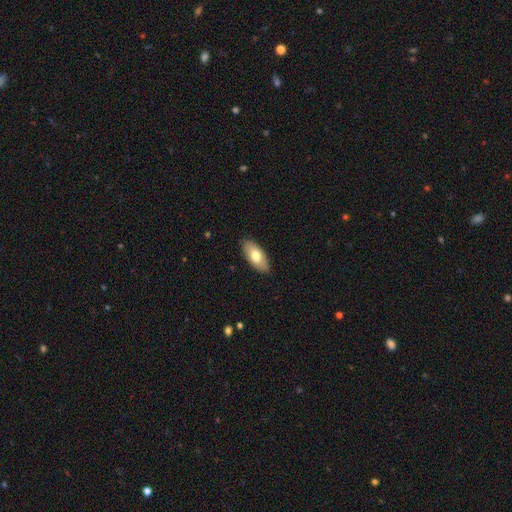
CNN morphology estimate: Smooth or featured?
  - smooth: 73% *
  - featured or disk: 21%
  - star or artifact: 6%
How rounded?
  - in between: 91% *
  - cigar-shaped: 7%
  - round: 2%
Merging?
  - none: 88% *
  - minor disturbance: 9%
  - major disturbance: 2%
  - merger: 1%